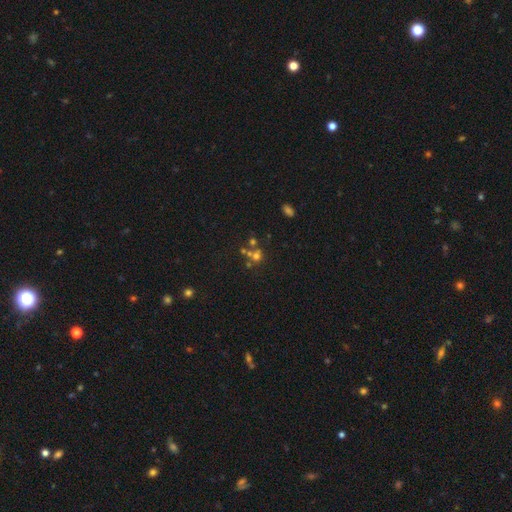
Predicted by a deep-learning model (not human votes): A smooth galaxy with no disk features (53%) that is round (81%). Merging: none (44%).